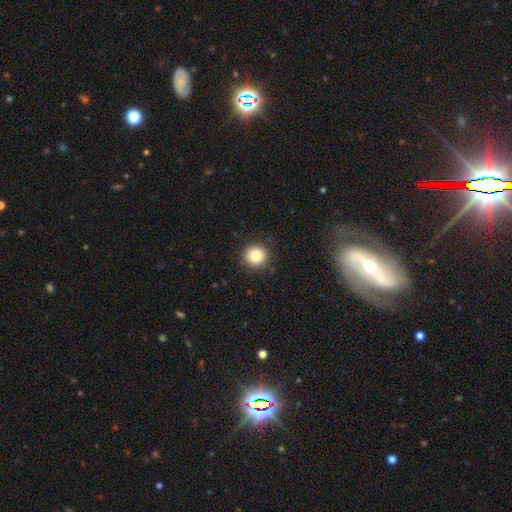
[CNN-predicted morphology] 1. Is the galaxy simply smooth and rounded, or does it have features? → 83% smooth, 10% star or artifact, 6% featured or disk.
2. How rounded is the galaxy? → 93% round, 6% in between, 1% cigar-shaped.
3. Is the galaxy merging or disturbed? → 89% none, 7% minor disturbance, 2% major disturbance, 1% merger.